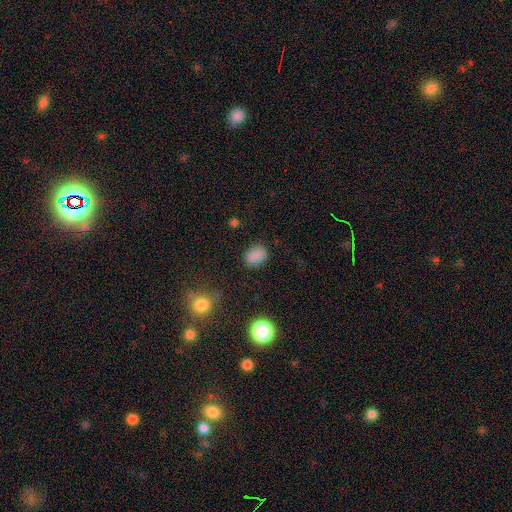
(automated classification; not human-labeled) This is clearly a smooth galaxy (82%). How rounded: likely in between (70%). Merging: clearly none (81%).